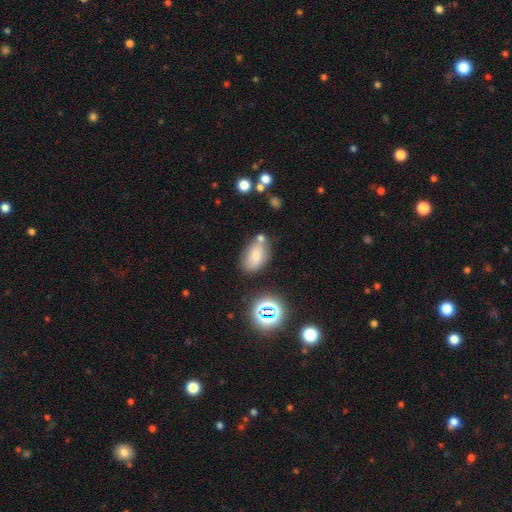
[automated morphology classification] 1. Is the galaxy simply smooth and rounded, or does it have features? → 70% smooth, 15% featured or disk, 15% star or artifact.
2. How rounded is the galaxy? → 89% in between, 9% round, 2% cigar-shaped.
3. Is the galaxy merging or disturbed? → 57% none, 20% minor disturbance, 17% merger, 6% major disturbance.